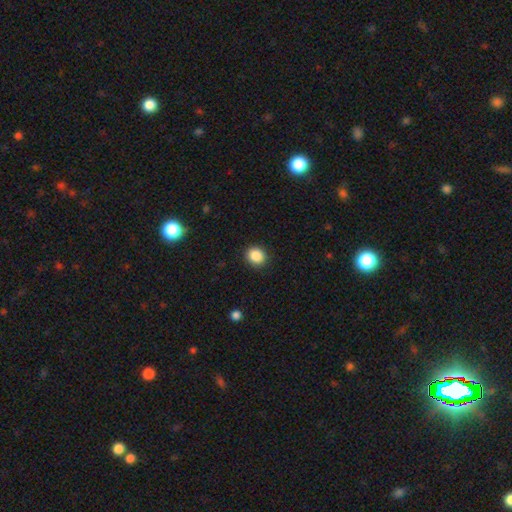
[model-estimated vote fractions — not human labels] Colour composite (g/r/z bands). It shows a smooth galaxy with no disk features (87%) that is round (81%). Merging: none (90%).